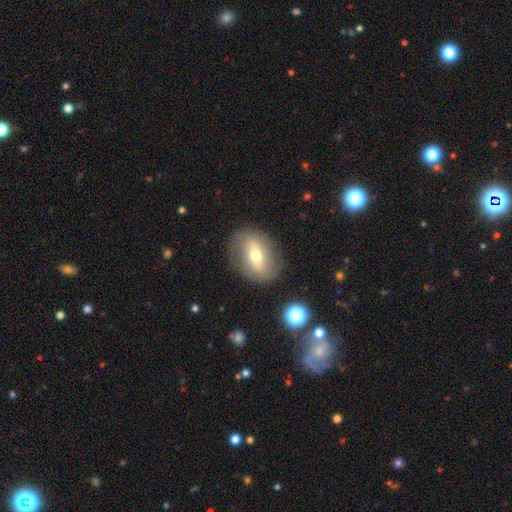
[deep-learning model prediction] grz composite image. It shows a featured or disk galaxy (50%). Merging: none (81%).